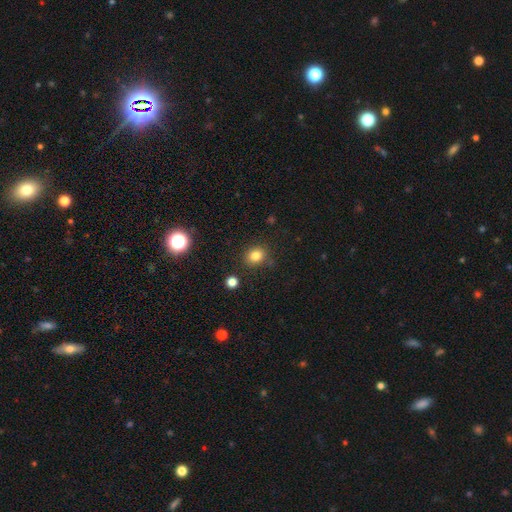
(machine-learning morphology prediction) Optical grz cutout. It shows a smooth galaxy with no disk features (81%) that is round (66%). Merging: none (83%).